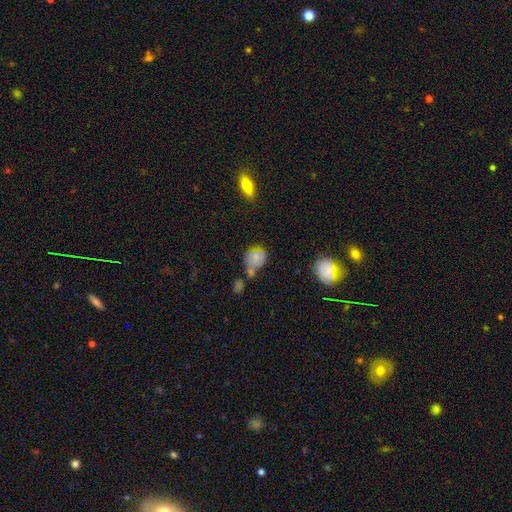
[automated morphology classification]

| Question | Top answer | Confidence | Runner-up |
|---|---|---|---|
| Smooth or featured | smooth | 72% | featured or disk (16%) |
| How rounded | round | 60% | in between (39%) |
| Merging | none | 45% | merger (24%) |